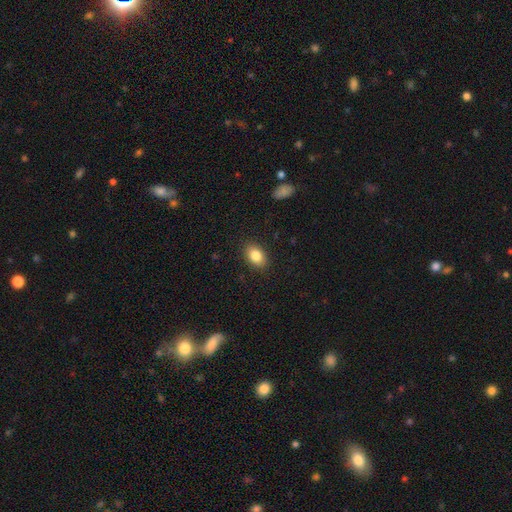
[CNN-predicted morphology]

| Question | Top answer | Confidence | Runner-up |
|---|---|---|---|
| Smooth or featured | smooth | 84% | star or artifact (8%) |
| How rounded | in between | 82% | round (17%) |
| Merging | none | 88% | minor disturbance (9%) |